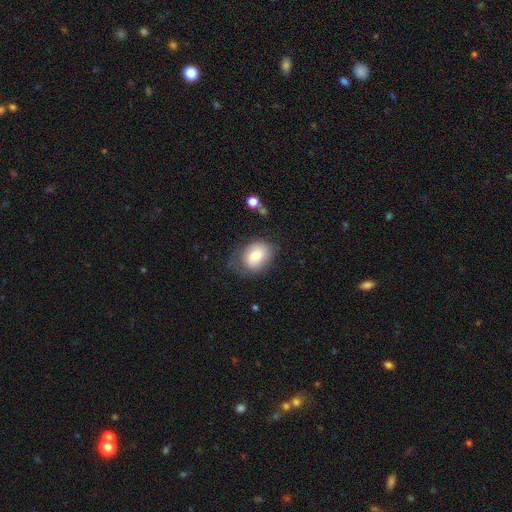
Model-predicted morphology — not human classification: A smooth galaxy with no disk features (75%) that is in between round and cigar-shaped (68%).

Vote fractions:
- Smooth or featured? smooth: 75% / featured or disk: 17% / star or artifact: 7%
- How rounded? in between: 68% / round: 31% / cigar-shaped: 1%
- Merging? none: 57% / minor disturbance: 28% / major disturbance: 13% / merger: 2%